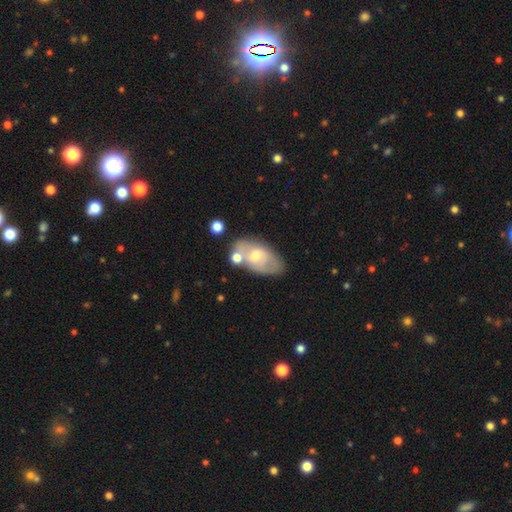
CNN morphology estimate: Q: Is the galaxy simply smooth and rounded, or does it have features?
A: smooth — 48%.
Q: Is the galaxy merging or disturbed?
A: none — 57%.